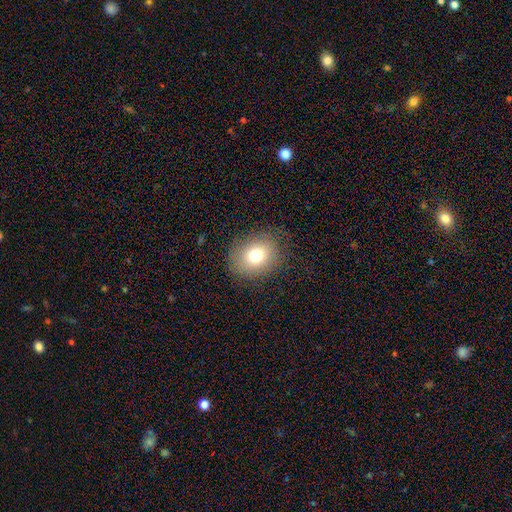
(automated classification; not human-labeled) A smooth galaxy with no disk features (76%) that is round (53%).

Vote fractions:
- Smooth or featured? smooth: 76% / featured or disk: 13% / star or artifact: 12%
- How rounded? round: 53% / in between: 46% / cigar-shaped: 1%
- Merging? none: 80% / minor disturbance: 14% / major disturbance: 6% / merger: 1%